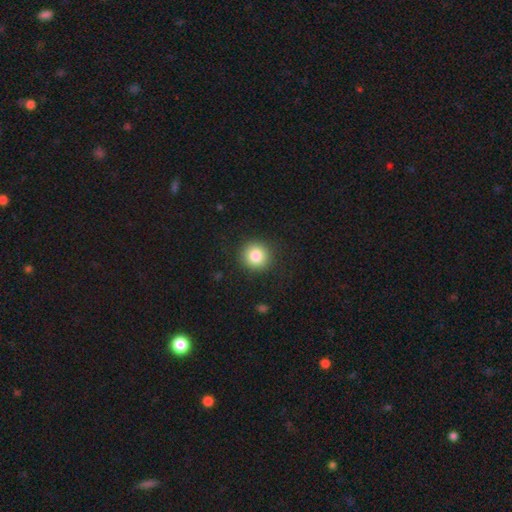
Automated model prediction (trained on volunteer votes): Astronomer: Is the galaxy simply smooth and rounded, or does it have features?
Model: smooth — 84%.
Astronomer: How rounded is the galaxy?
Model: round — 93%.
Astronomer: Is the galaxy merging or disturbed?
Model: none — 91%.